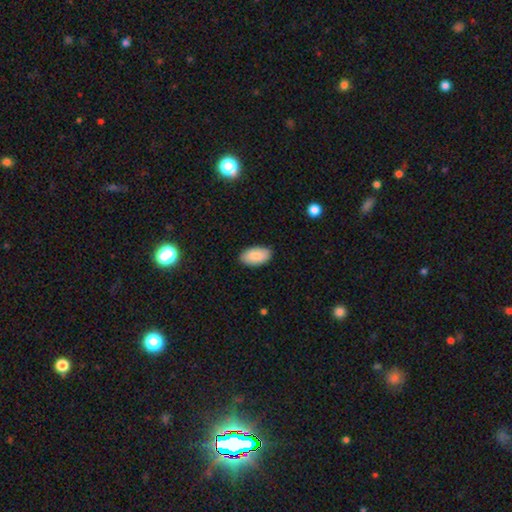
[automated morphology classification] A smooth galaxy with no disk features (88%) that is in between round and cigar-shaped (96%). Merging: none (86%).